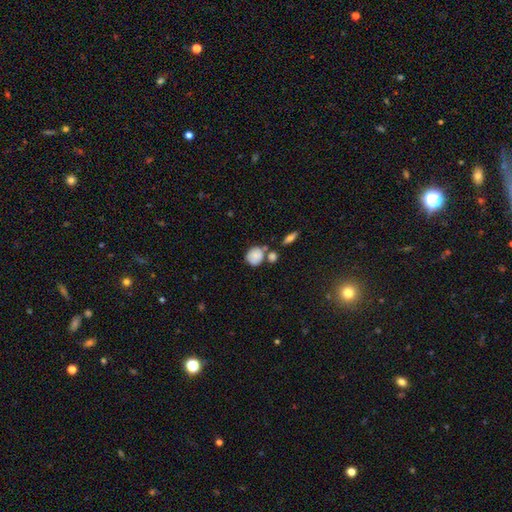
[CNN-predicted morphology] The model was most divided on "merging": none: 54%, merger: 24%, minor disturbance: 17%, major disturbance: 5%. More confident: smooth or featured — smooth (79%); how rounded — round (70%).